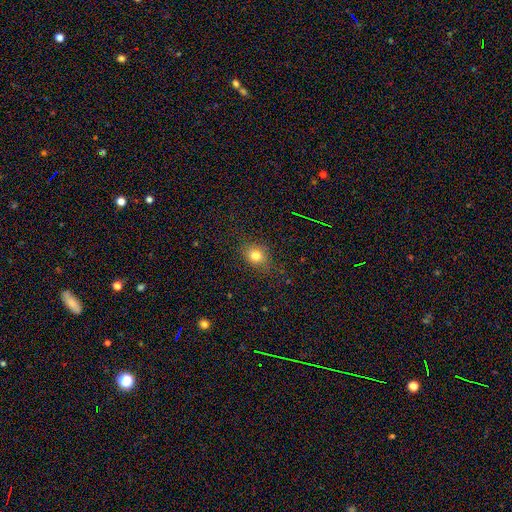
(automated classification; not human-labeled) A smooth galaxy with no disk features (78%) that is round (68%). Merging: none (80%).